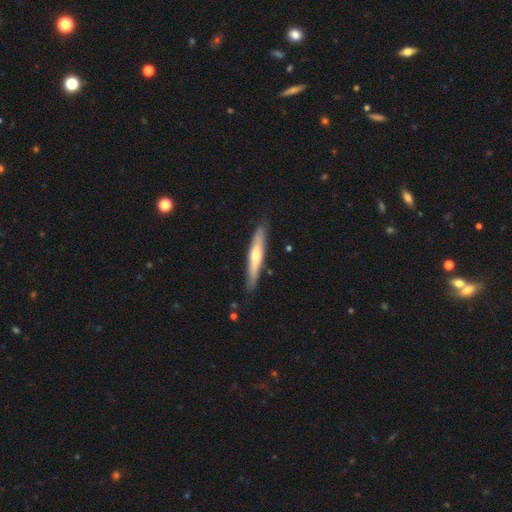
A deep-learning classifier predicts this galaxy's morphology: type=featured or disk (52%); edge-on=yes (88%); merging=none (85%).